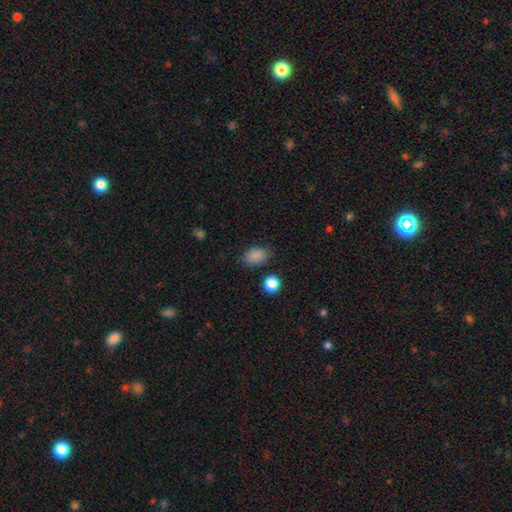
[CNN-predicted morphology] Smooth or featured: smooth — 87% (star or artifact — 10%)
How rounded: in between — 80% (round — 18%)
Merging: none — 81% (minor disturbance — 14%)